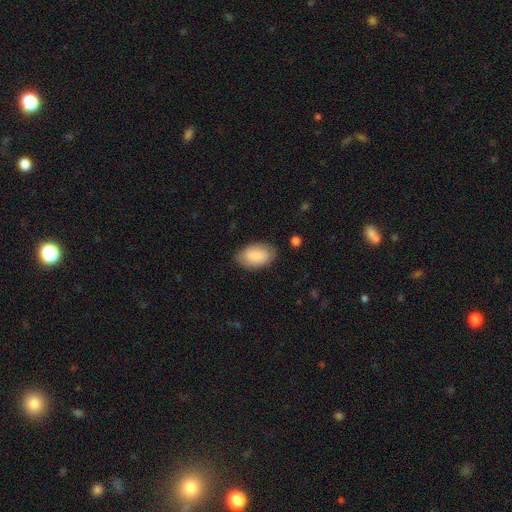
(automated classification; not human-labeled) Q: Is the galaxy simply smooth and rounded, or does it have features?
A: smooth — 84%.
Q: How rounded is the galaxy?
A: in between — 94%.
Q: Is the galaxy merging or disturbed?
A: none — 81%.